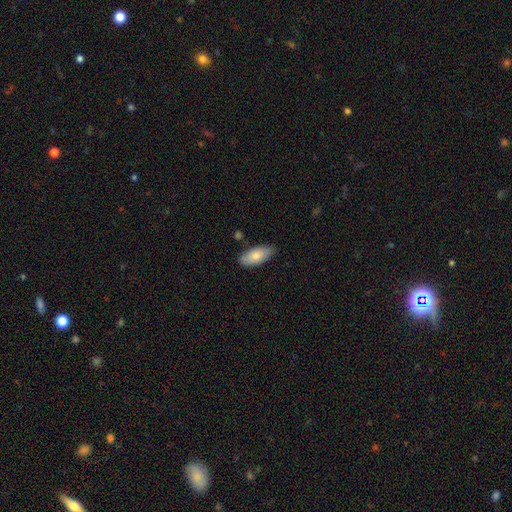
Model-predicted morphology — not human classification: smooth_or_featured: smooth (p=0.79) [alt: featured or disk p=0.15]
how_rounded: in between (p=0.89) [alt: cigar-shaped p=0.09]
merging: none (p=0.77) [alt: minor disturbance p=0.17]